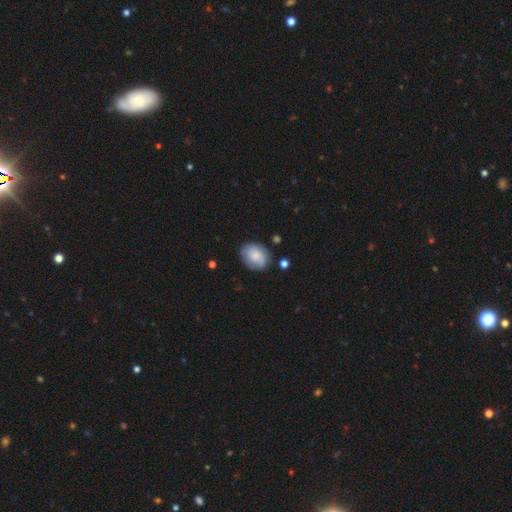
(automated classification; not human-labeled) smooth-or-featured: smooth: 77% | featured or disk: 16% | star or artifact: 7%
  how-rounded: in between: 53% | round: 46% | cigar-shaped: 1%
  merging: none: 76% | minor disturbance: 18% | major disturbance: 4% | merger: 2%